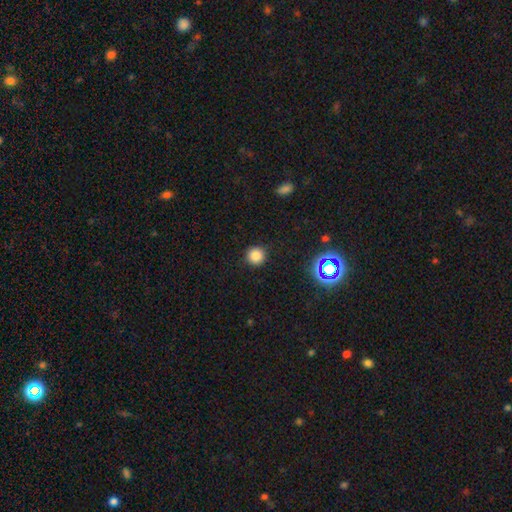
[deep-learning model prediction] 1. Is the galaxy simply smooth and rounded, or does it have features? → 81% smooth, 15% star or artifact, 4% featured or disk.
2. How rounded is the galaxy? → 95% round, 4% in between, 1% cigar-shaped.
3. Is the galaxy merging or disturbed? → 90% none, 7% minor disturbance, 2% major disturbance, 1% merger.